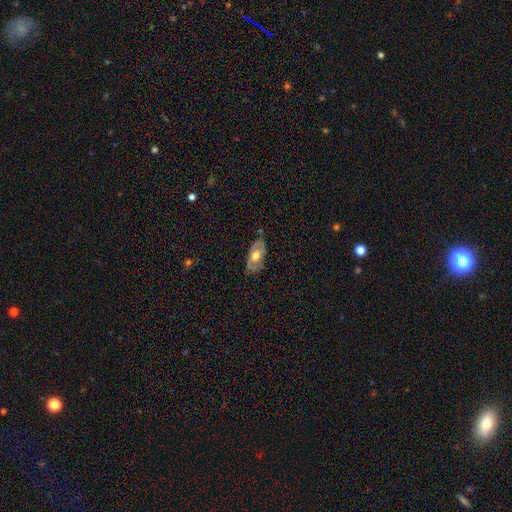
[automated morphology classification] featured or disk 47% (tied), smooth 47% (tied), star or artifact 6%. Down the decision tree: merging — none (75%).